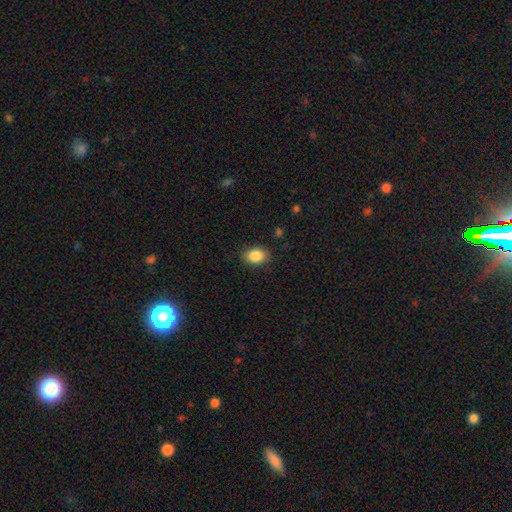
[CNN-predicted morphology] A smooth galaxy with no disk features (87%) that is in between round and cigar-shaped (77%). Merging: none (85%).